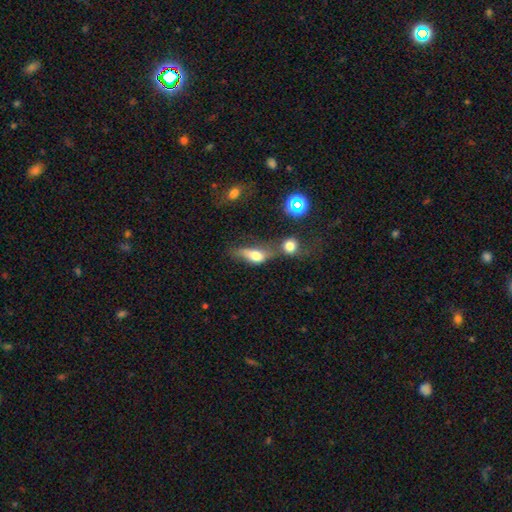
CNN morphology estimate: Smooth or featured? smooth (63%)
How rounded? in between (71%)
Merging? merger (41%)